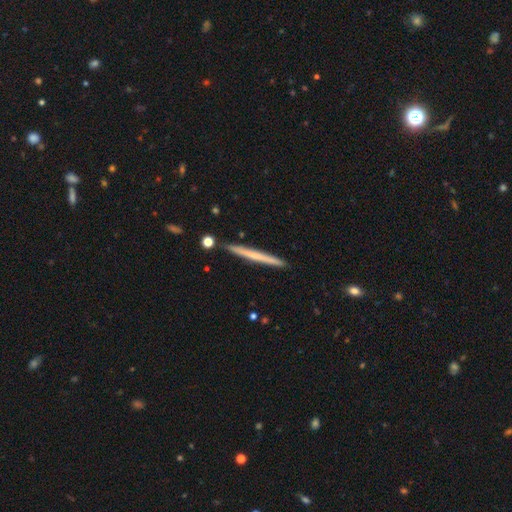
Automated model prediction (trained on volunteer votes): smooth 51%, featured or disk 43%, star or artifact 6%. Down the decision tree: how rounded — cigar-shaped (97%); merging — none (91%).